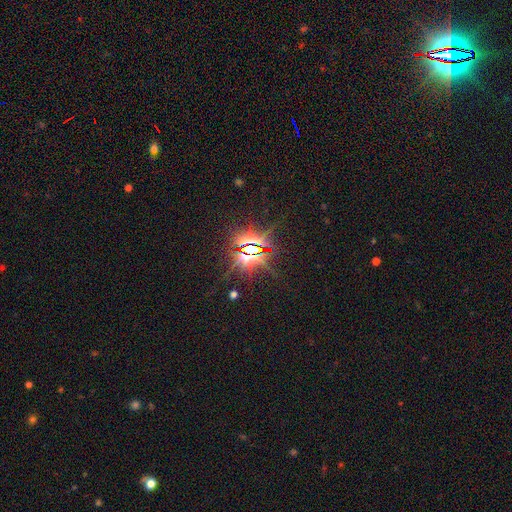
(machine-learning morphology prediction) Q: Smooth or featured?
A: star or artifact (85%); runner-up: featured or disk (9%)